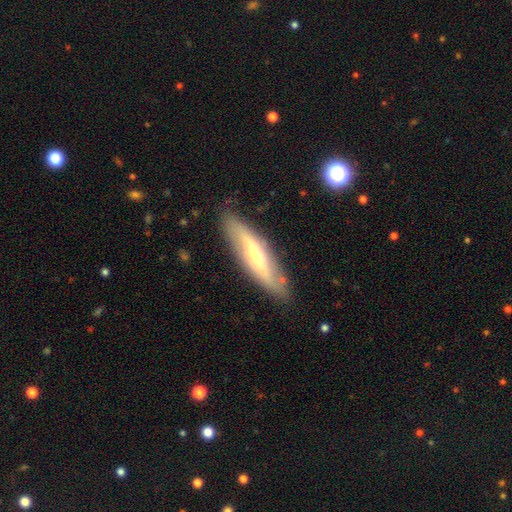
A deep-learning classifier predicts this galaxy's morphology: The model was most divided on "edge-on disk": yes: 59%, no: 41%. More confident: merging — none (83%); smooth or featured — featured or disk (57%).